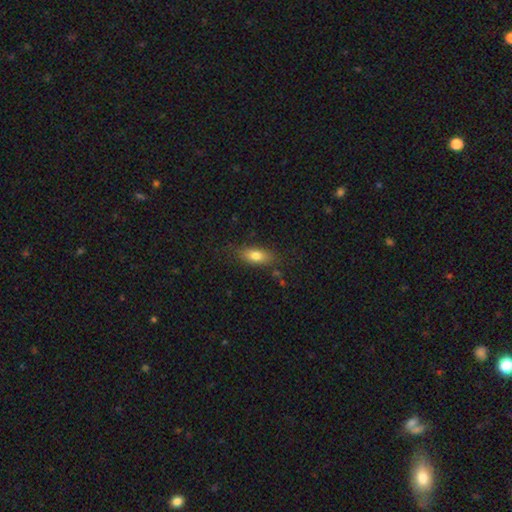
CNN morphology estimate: Smooth or featured? smooth (78%)
How rounded? in between (79%)
Merging? none (77%)